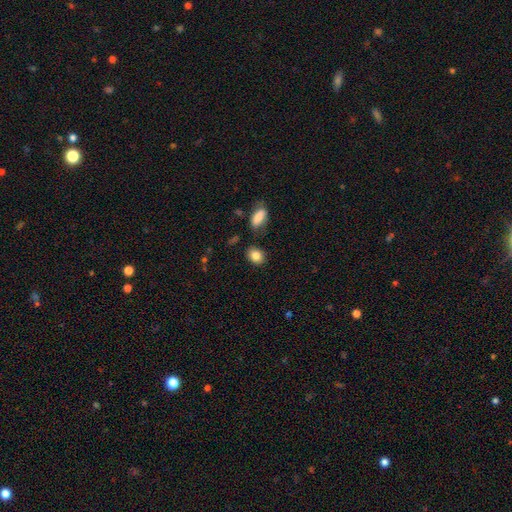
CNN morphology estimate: The model was most divided on "how rounded": in between: 51%, round: 48%, cigar-shaped: 1%. More confident: smooth or featured — smooth (84%); merging — none (81%).